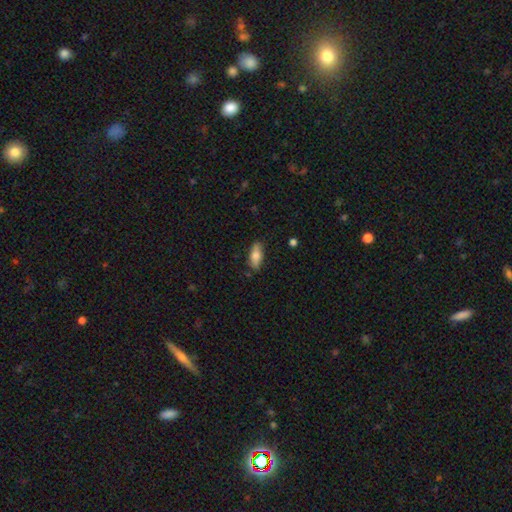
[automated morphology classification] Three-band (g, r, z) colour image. It shows a smooth galaxy with no disk features (75%) that is in between round and cigar-shaped (78%). Merging: none (82%).